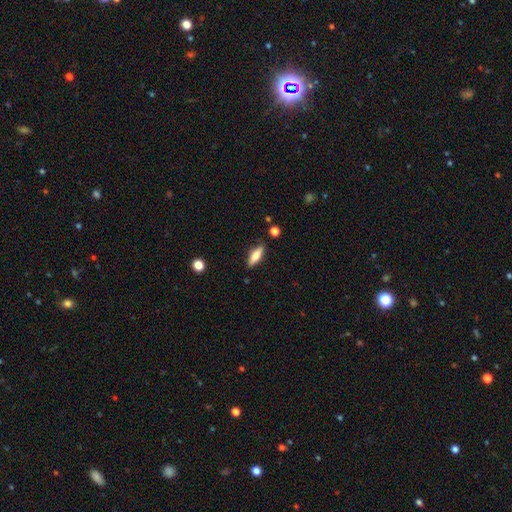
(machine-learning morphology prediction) smooth-or-featured: smooth: 71% | featured or disk: 22% | star or artifact: 7%
  how-rounded: in between: 56% | cigar-shaped: 42% | round: 2%
  merging: none: 84% | minor disturbance: 12% | major disturbance: 3% | merger: 2%